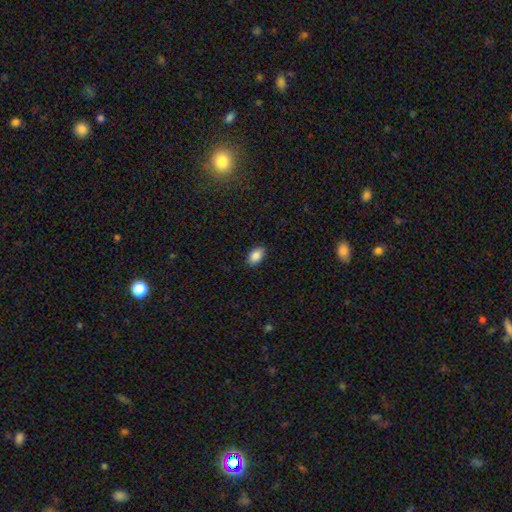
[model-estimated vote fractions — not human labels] The model was most divided on "merging": none: 88%, minor disturbance: 9%, major disturbance: 2%, merger: 1%. More confident: how rounded — in between (90%); smooth or featured — smooth (87%).